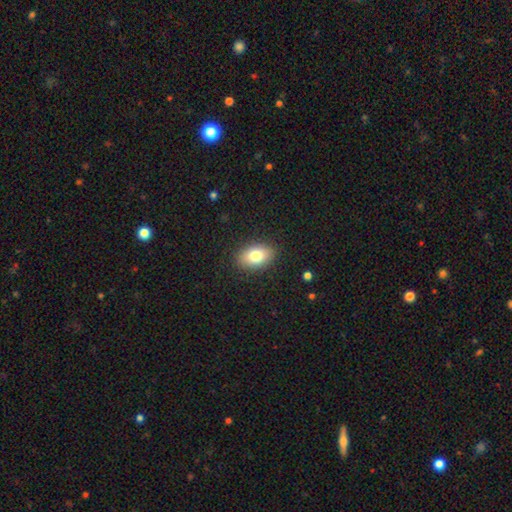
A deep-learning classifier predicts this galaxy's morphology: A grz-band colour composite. It shows a smooth galaxy with no disk features (79%) that is in between round and cigar-shaped (87%). Merging: none (88%).